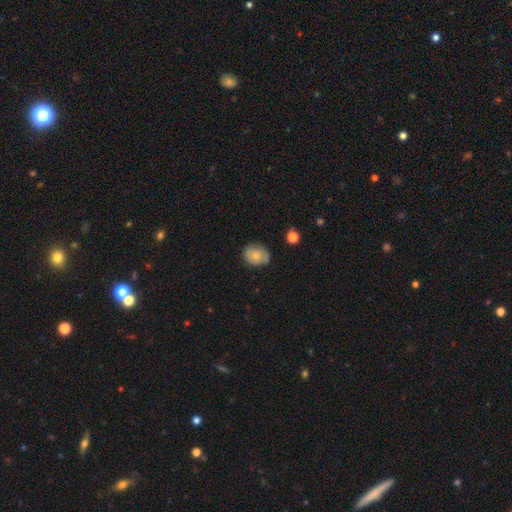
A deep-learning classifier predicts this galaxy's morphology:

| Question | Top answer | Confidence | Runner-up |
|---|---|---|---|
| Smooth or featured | smooth | 68% | featured or disk (24%) |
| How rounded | round | 60% | in between (39%) |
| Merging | none | 71% | minor disturbance (23%) |